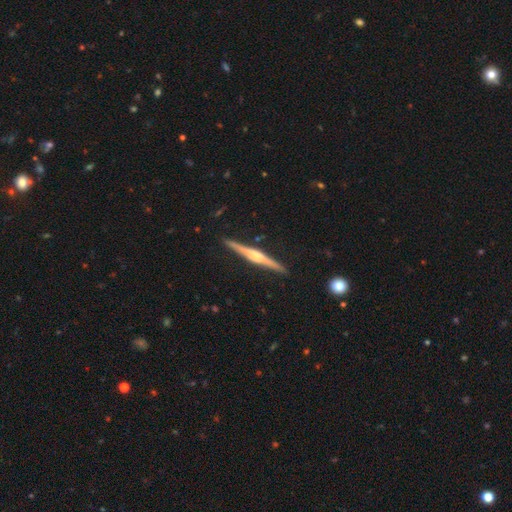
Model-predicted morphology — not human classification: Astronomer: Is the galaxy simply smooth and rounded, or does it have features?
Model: featured or disk — 78%.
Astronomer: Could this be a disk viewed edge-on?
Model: yes — 98%.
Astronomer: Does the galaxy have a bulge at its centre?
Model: rounded — 67%.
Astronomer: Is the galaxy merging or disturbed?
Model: none — 91%.